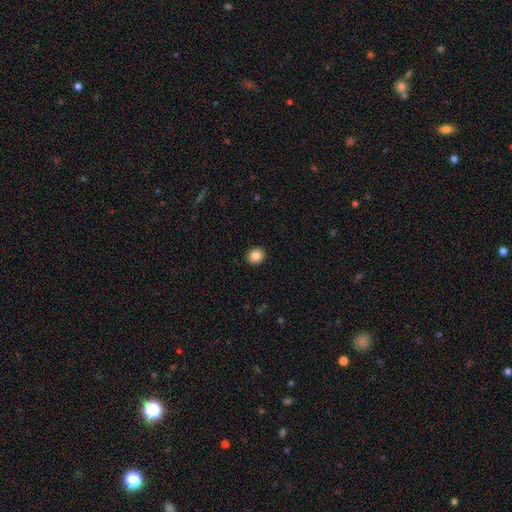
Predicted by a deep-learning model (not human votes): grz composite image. It shows a smooth galaxy with no disk features (85%) that is round (75%). Merging: none (92%).